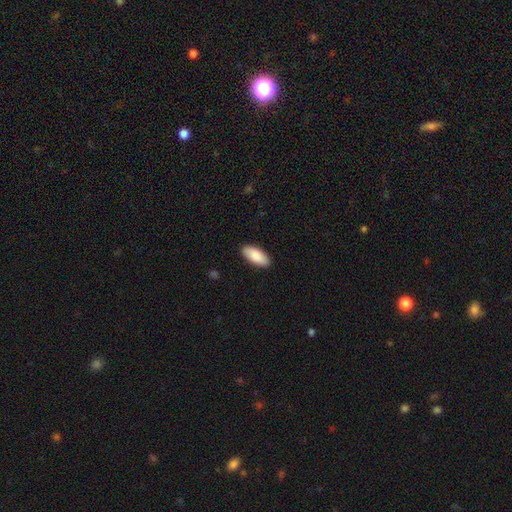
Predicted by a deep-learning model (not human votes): Smooth or featured: smooth — 88% (featured or disk — 7%)
How rounded: in between — 89% (cigar-shaped — 9%)
Merging: none — 90% (minor disturbance — 7%)